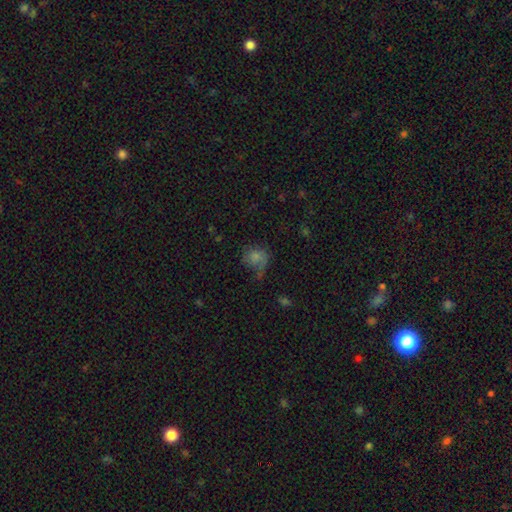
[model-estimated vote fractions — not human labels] smooth_or_featured: smooth (p=0.64) [alt: featured or disk p=0.20]
how_rounded: round (p=0.66) [alt: in between p=0.33]
merging: none (p=0.42) [alt: major disturbance p=0.27]